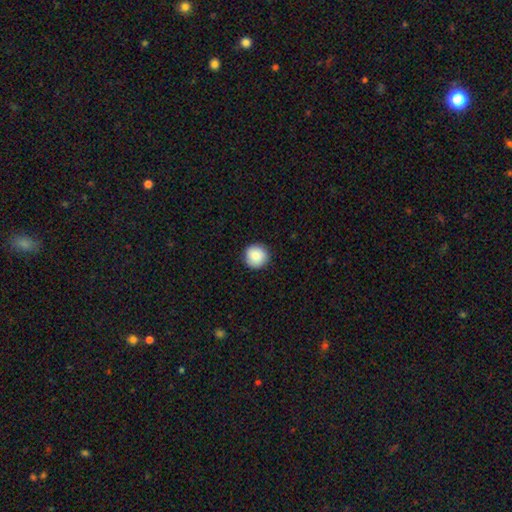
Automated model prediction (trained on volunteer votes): Smooth or featured? Predicted: smooth (p=0.87). How rounded? Predicted: round (p=0.95). Merging? Predicted: none (p=0.91).